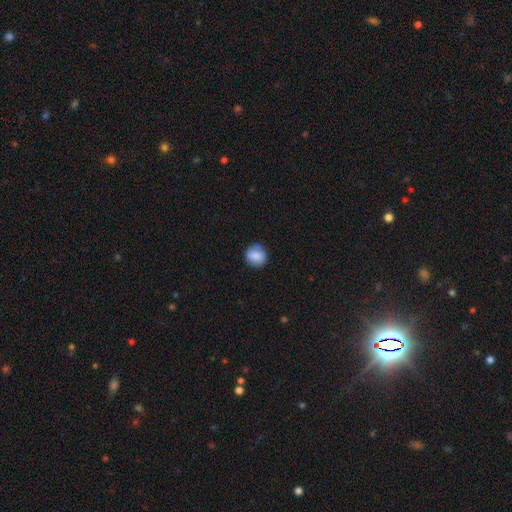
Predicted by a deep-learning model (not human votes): Smooth or featured? smooth (77%)
How rounded? round (85%)
Merging? none (78%)